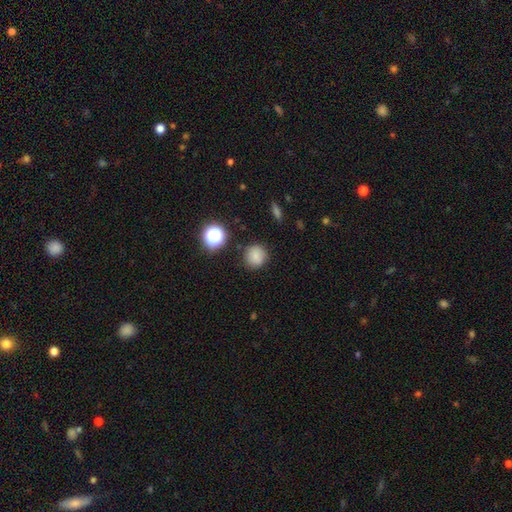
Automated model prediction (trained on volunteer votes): A smooth galaxy with no disk features (81%) that is round (90%).

Vote fractions:
- Smooth or featured? smooth: 81% / star or artifact: 13% / featured or disk: 6%
- How rounded? round: 90% / in between: 9% / cigar-shaped: 1%
- Merging? none: 84% / minor disturbance: 10% / major disturbance: 3% / merger: 2%